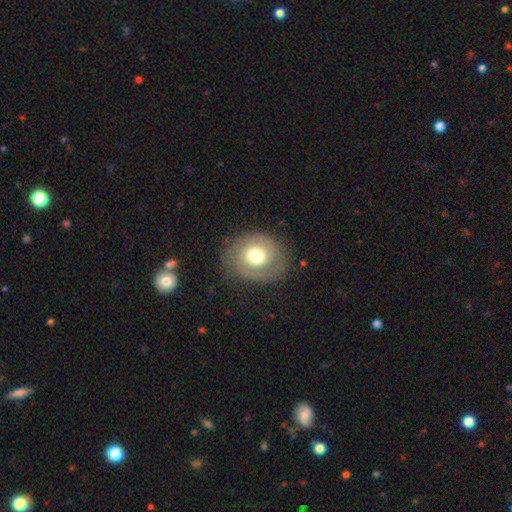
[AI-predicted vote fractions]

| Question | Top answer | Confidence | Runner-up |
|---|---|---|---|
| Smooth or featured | featured or disk | 54% | smooth (39%) |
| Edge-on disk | no | 96% | yes (4%) |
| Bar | no | 83% | weak (13%) |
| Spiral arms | yes | 63% | no (37%) |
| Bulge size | moderate | 62% | large (26%) |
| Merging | none | 77% | minor disturbance (14%) |